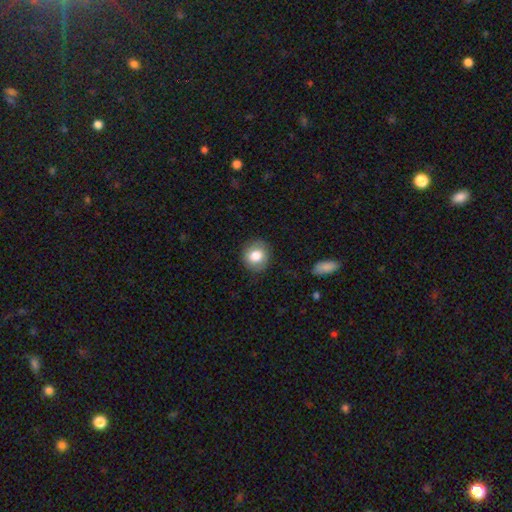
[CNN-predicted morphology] This appears to be a smooth galaxy with no disk features (80%) that is round (77%). Merging: none (85%).